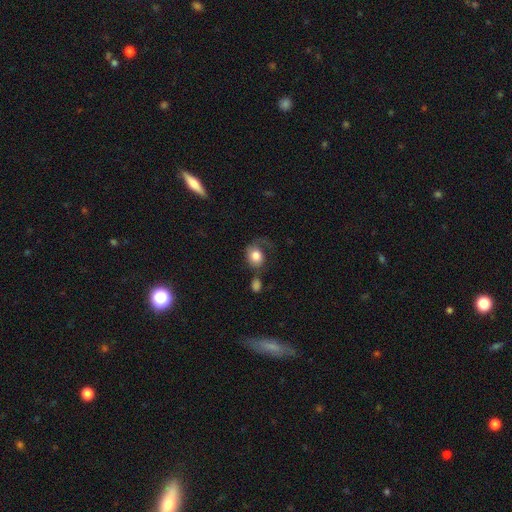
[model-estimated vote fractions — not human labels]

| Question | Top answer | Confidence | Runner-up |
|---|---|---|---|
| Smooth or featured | smooth | 72% | featured or disk (20%) |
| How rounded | round | 57% | in between (42%) |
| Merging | none | 34% | major disturbance (33%) |